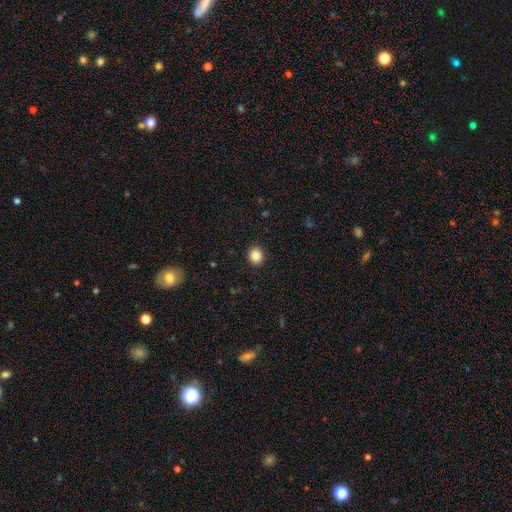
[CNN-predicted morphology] Smooth or featured? Predicted: smooth (p=0.86). How rounded? Predicted: round (p=0.76). Merging? Predicted: none (p=0.92).